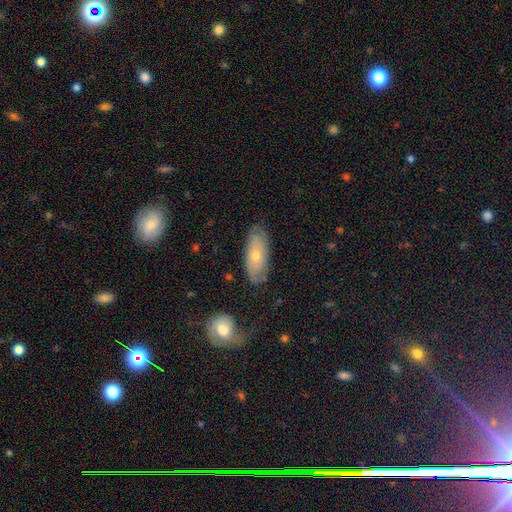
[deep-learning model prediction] Morphology: type=smooth (49%); merging=none (71%).